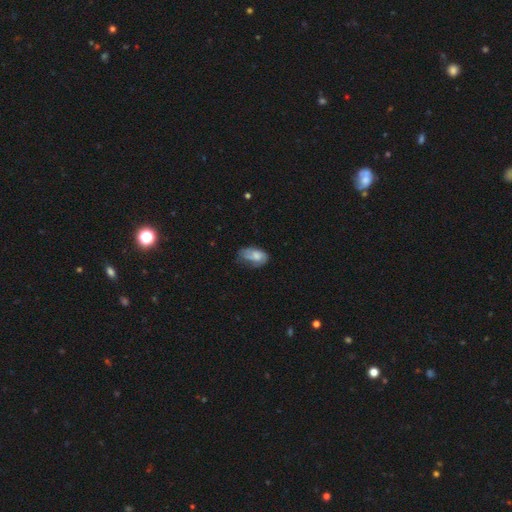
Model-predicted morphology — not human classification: Smooth or featured: smooth — 58% (featured or disk — 34%)
How rounded: in between — 90% (round — 7%)
Merging: none — 39% (minor disturbance — 37%)